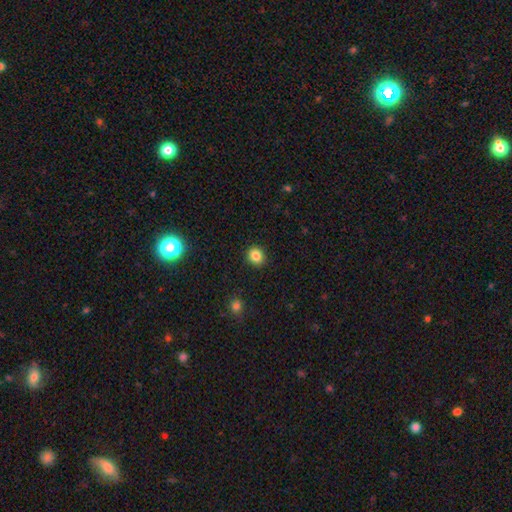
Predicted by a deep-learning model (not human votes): smooth_or_featured: smooth (p=0.84) [alt: star or artifact p=0.11]
how_rounded: round (p=0.72) [alt: in between p=0.27]
merging: none (p=0.91) [alt: minor disturbance p=0.06]